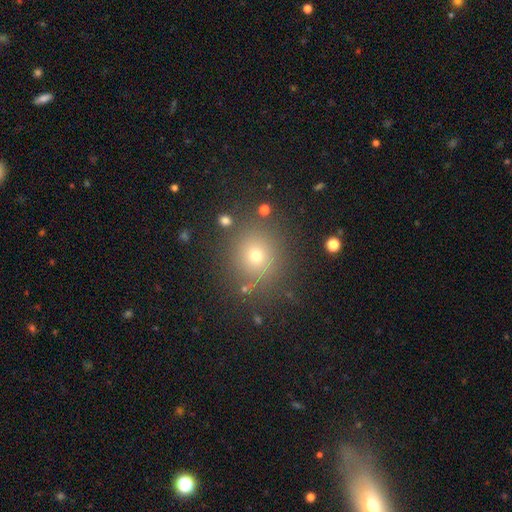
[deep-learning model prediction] smooth-or-featured: smooth: 66% | star or artifact: 24% | featured or disk: 11%
  how-rounded: round: 88% | in between: 11% | cigar-shaped: 1%
  merging: none: 84% | minor disturbance: 9% | major disturbance: 4% | merger: 3%